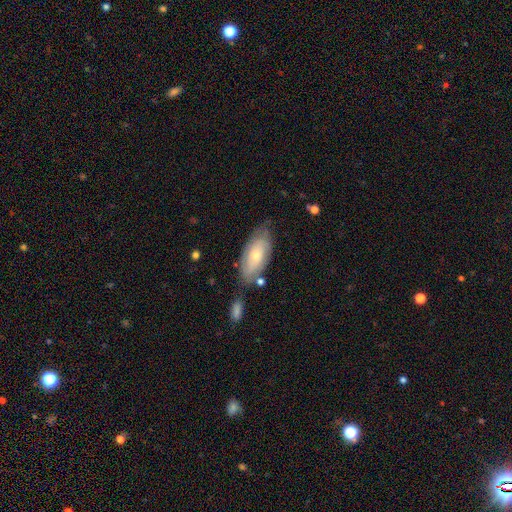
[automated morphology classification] Smooth or featured: smooth — 49% (featured or disk — 45%)
Merging: none — 64% (minor disturbance — 23%)